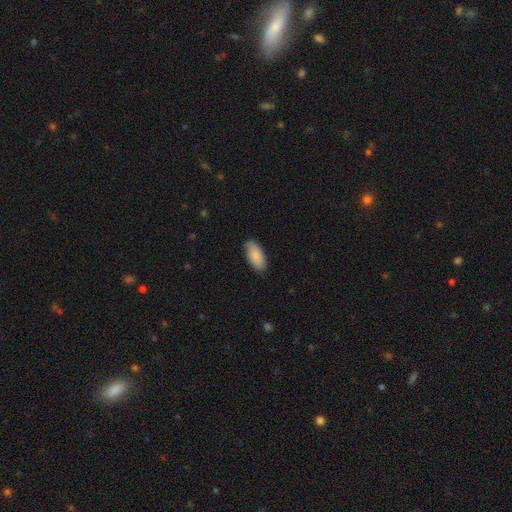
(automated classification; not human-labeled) Smooth or featured? smooth (87%)
How rounded? in between (91%)
Merging? none (84%)